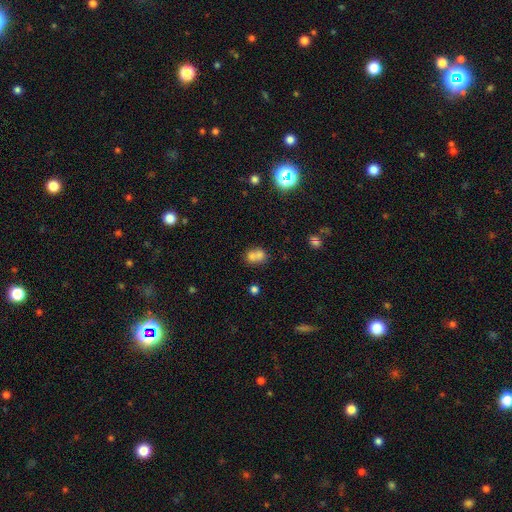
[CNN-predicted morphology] Smooth or featured: smooth — 70% (featured or disk — 16%)
How rounded: round — 55% (in between — 44%)
Merging: merger — 59% (none — 29%)